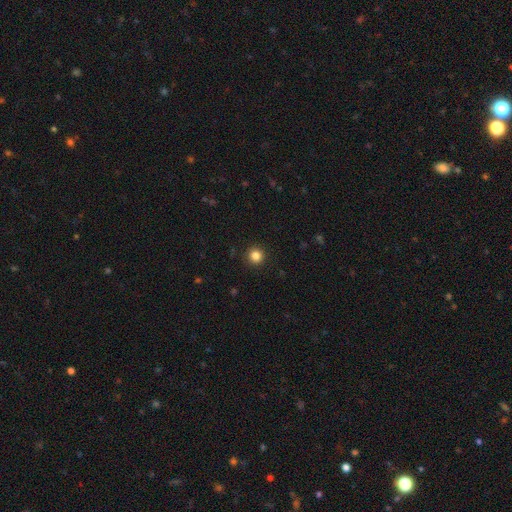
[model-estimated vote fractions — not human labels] Overall: smooth (84%). How rounded: round (96%). Merging: none (93%).